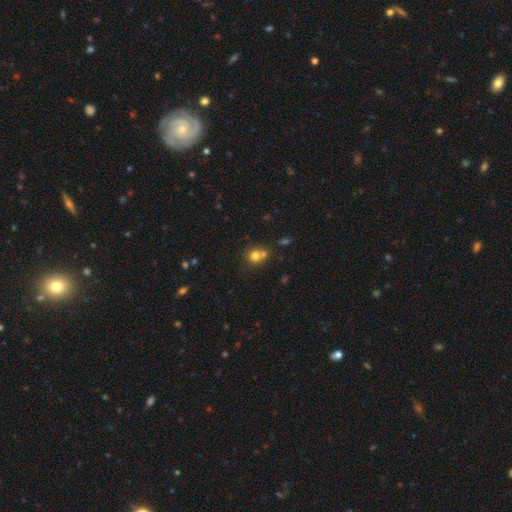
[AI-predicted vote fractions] Smooth or featured? smooth (75%)
How rounded? round (84%)
Merging? none (46%)